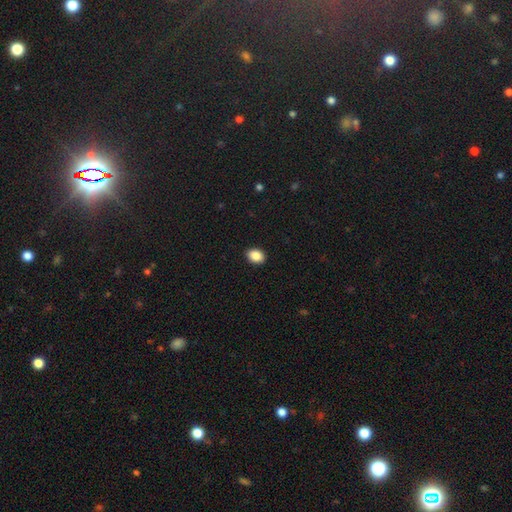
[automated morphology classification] This is clearly a smooth galaxy (89%). How rounded: likely in between (73%). Merging: clearly none (91%).